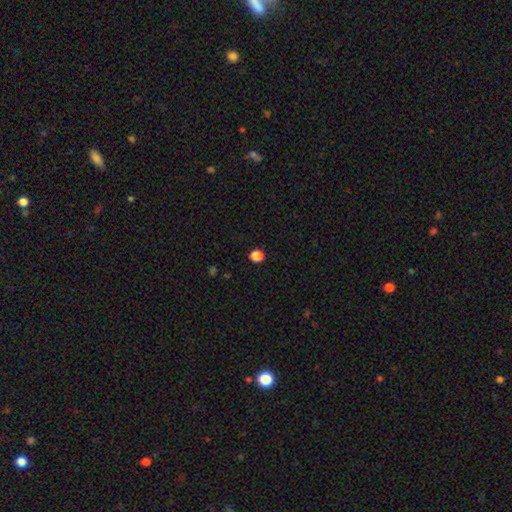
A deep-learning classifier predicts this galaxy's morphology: This is clearly a smooth galaxy (85%). How rounded: likely round (63%). Merging: clearly none (91%).